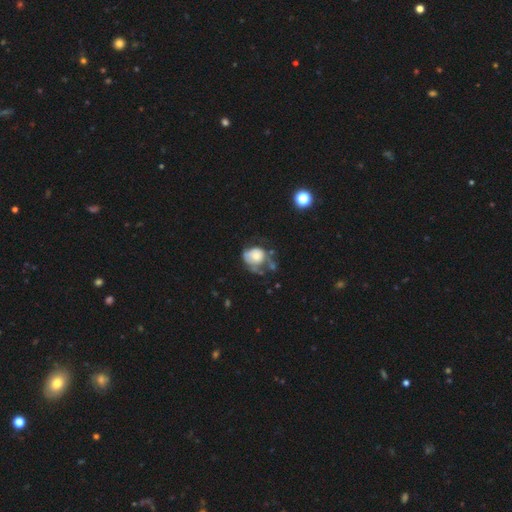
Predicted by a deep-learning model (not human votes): Q: Smooth or featured?
A: smooth (55%); runner-up: featured or disk (36%)
Q: How rounded?
A: round (63%); runner-up: in between (36%)
Q: Merging?
A: major disturbance (36%); runner-up: minor disturbance (28%)